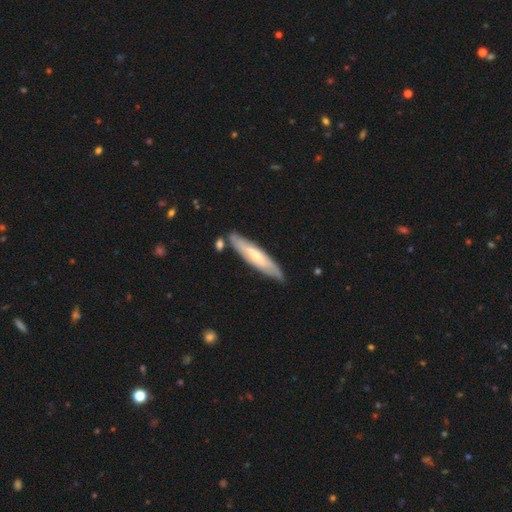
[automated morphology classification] This appears to be a featured or disk galaxy (53%) viewed edge-on (63%). Merging: none (81%).